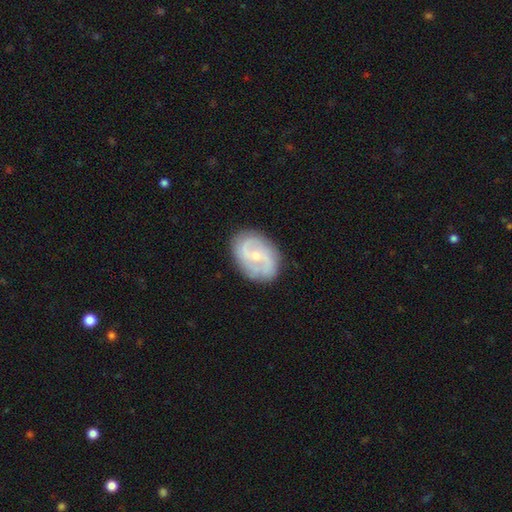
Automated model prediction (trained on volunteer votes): Smooth or featured?
  - featured or disk: 80% *
  - smooth: 15%
  - star or artifact: 6%
Edge-on disk?
  - no: 97% *
  - yes: 3%
Bar?
  - weak: 46% *
  - no: 42%
  - strong: 12%
Spiral arms?
  - yes: 93% *
  - no: 7%
Spiral winding?
  - medium: 47% *
  - loose: 29%
  - tight: 24%
Spiral arm count?
  - 2: 76% *
  - can't tell: 11%
  - 3: 6%
  - 1: 2%
  - 4: 2%
  - more than 4: 2%
Bulge size?
  - small: 69% *
  - moderate: 26%
  - none: 2%
  - large: 1%
  - dominant: 1%
Merging?
  - none: 82% *
  - minor disturbance: 13%
  - major disturbance: 4%
  - merger: 1%